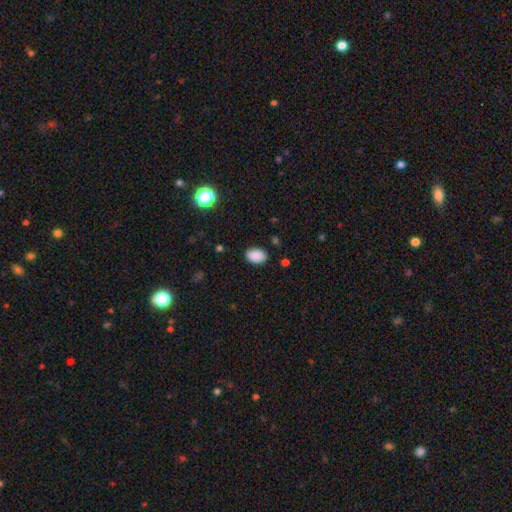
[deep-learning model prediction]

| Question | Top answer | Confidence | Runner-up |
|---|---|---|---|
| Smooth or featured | smooth | 88% | star or artifact (9%) |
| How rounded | in between | 84% | round (15%) |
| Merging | none | 86% | minor disturbance (11%) |